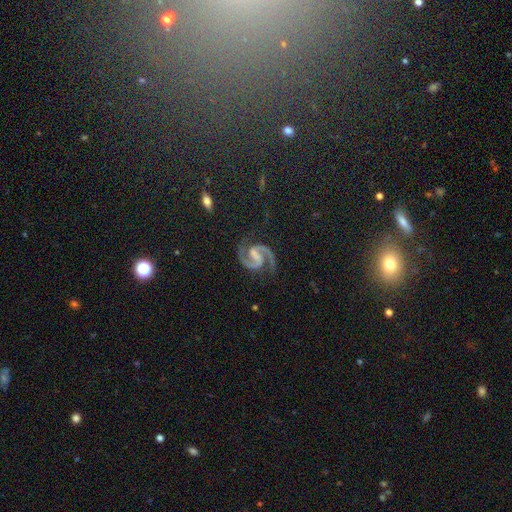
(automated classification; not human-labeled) Smooth or featured? Predicted: featured or disk (p=0.93). Edge-on disk? Predicted: no (p=0.99). Bar? Predicted: weak (p=0.46). Spiral arms? Predicted: yes (p=0.99). Spiral winding? Predicted: medium (p=0.68). Spiral arm count? Predicted: 2 (p=0.95). Bulge size? Predicted: none (p=0.48). Merging? Predicted: none (p=0.81).